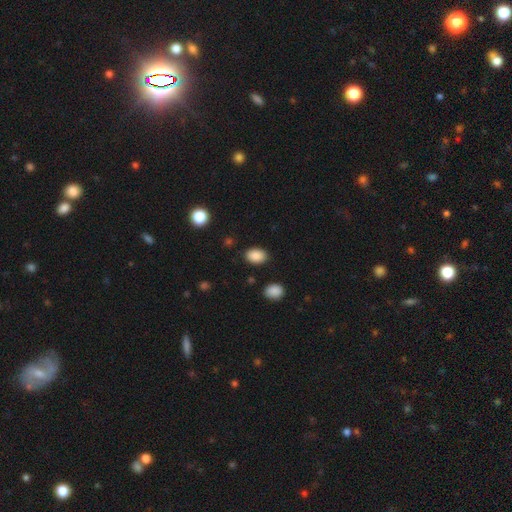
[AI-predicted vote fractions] smooth-or-featured: smooth: 88% | star or artifact: 8% | featured or disk: 4%
  how-rounded: in between: 82% | round: 17% | cigar-shaped: 1%
  merging: none: 86% | minor disturbance: 9% | major disturbance: 3% | merger: 2%